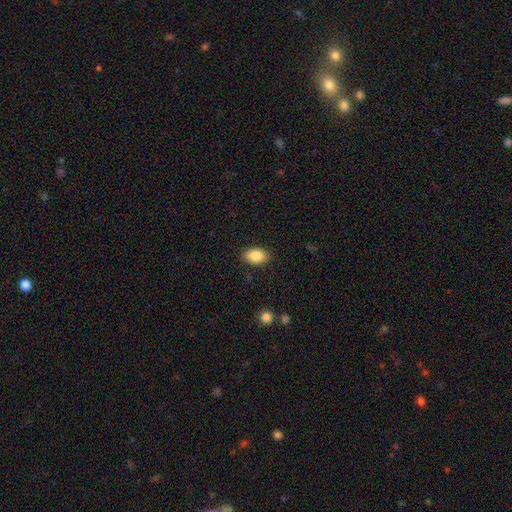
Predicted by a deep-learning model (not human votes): A smooth galaxy with no disk features (87%) that is in between round and cigar-shaped (87%).

Vote fractions:
- Smooth or featured? smooth: 87% / star or artifact: 8% / featured or disk: 6%
- How rounded? in between: 87% / round: 11% / cigar-shaped: 1%
- Merging? none: 87% / minor disturbance: 9% / major disturbance: 2% / merger: 1%